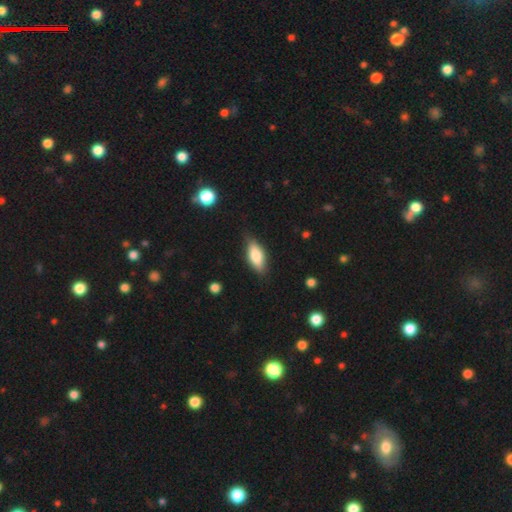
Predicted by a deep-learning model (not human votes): Smooth or featured? Predicted: smooth (p=0.74). How rounded? Predicted: in between (p=0.79). Merging? Predicted: none (p=0.79).